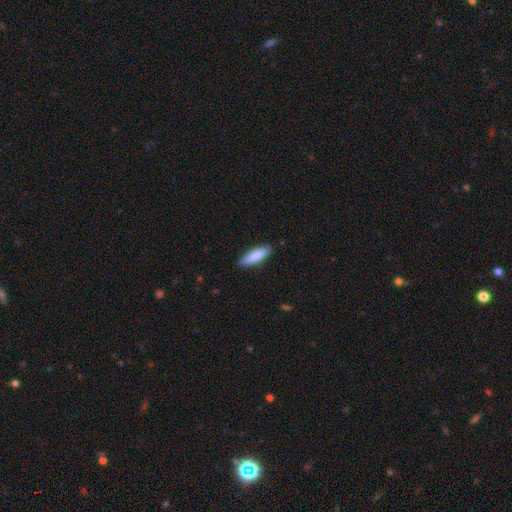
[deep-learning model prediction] Overall: smooth (84%). How rounded: cigar-shaped (56%; in between 43%). Merging: none (85%).